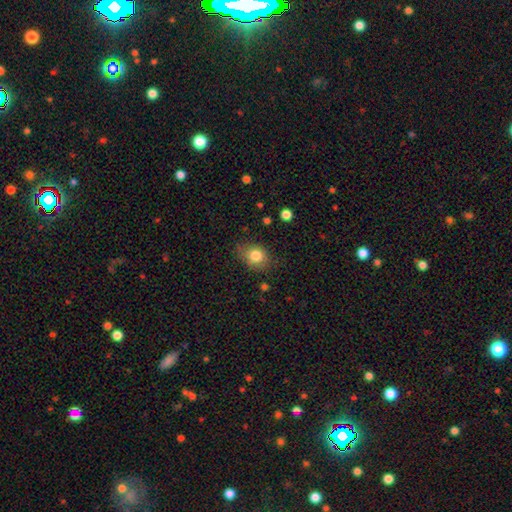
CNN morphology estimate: Smooth or featured? smooth (82%)
How rounded? in between (49%, tied with round)
Merging? none (70%)